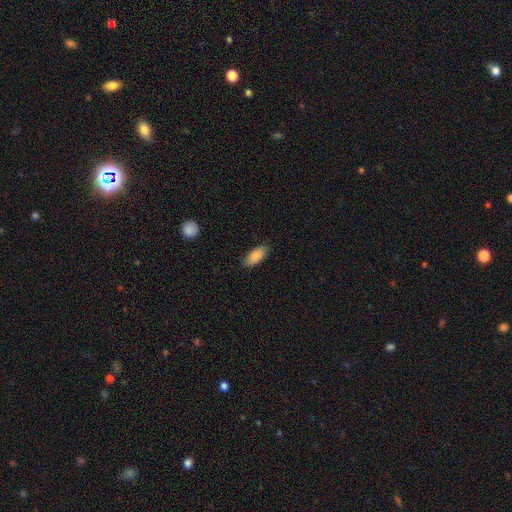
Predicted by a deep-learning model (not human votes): The model was most divided on "merging": none: 83%, minor disturbance: 14%, major disturbance: 3%, merger: 1%. More confident: smooth or featured — smooth (87%); how rounded — in between (86%).